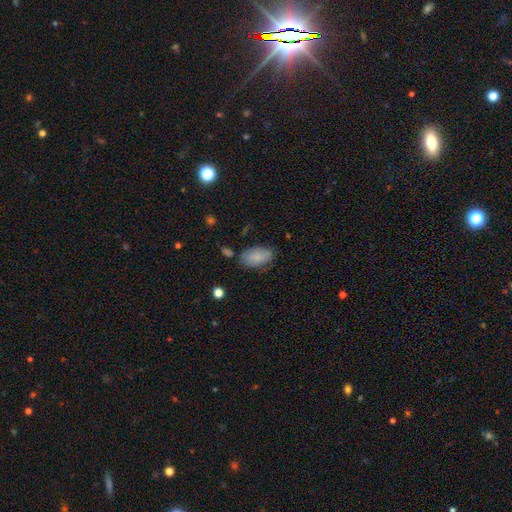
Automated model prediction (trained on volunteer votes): A smooth galaxy with no disk features (73%) that is in between round and cigar-shaped (92%). Merging: none (76%).